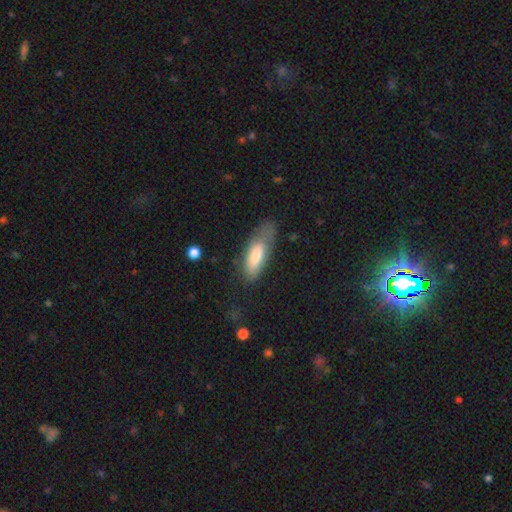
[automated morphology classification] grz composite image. It shows a smooth galaxy with no disk features (72%) that is in between round and cigar-shaped (59%). Merging: none (53%).